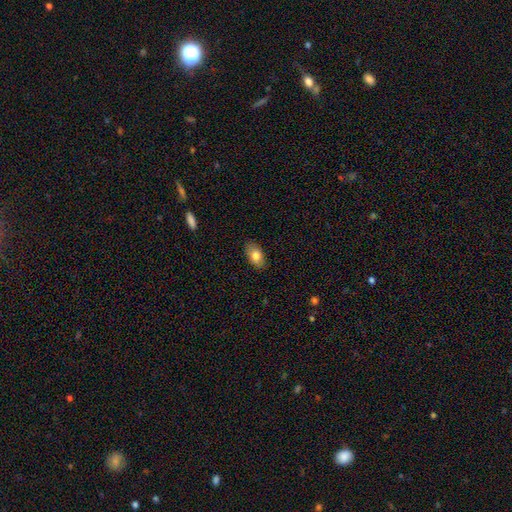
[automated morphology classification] Overall: smooth (79%). How rounded: in between (92%). Merging: none (86%).